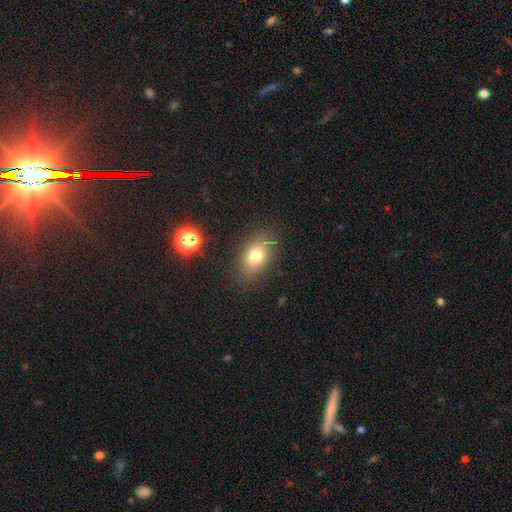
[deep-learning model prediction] smooth 75%, featured or disk 13%, star or artifact 12%. Down the decision tree: how rounded — in between (80%); merging — none (80%).